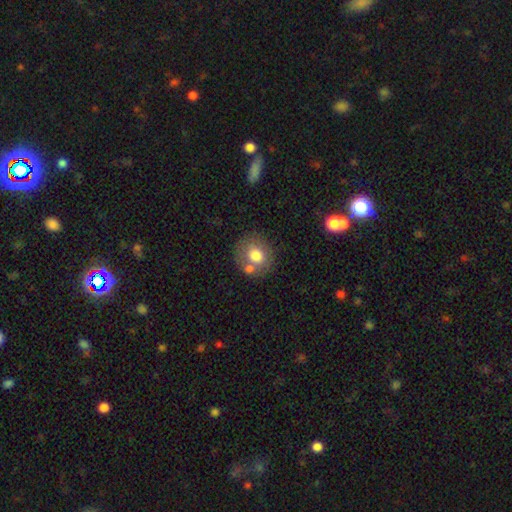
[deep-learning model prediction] Smooth or featured? smooth (73%)
How rounded? round (82%)
Merging? none (61%)